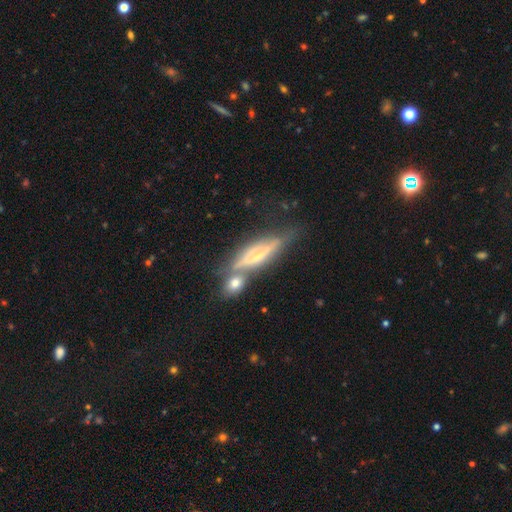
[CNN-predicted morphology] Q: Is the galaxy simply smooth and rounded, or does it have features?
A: featured or disk — 71%.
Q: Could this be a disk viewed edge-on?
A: yes — 84%.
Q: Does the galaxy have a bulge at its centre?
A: rounded — 64%.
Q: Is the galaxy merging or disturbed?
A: none — 50%.